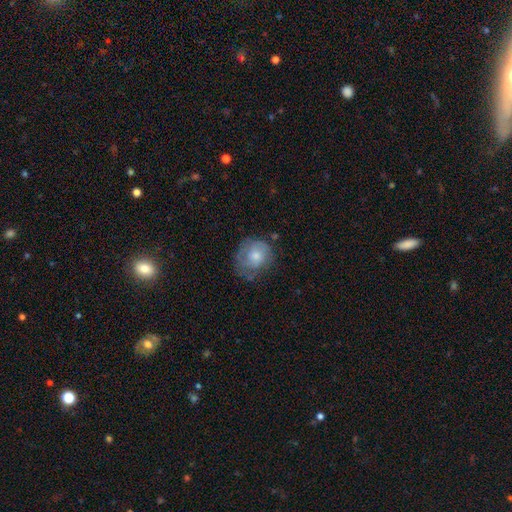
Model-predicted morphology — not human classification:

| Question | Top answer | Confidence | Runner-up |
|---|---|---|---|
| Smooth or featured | smooth | 61% | featured or disk (31%) |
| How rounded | round | 77% | in between (22%) |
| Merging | none | 50% | minor disturbance (31%) |